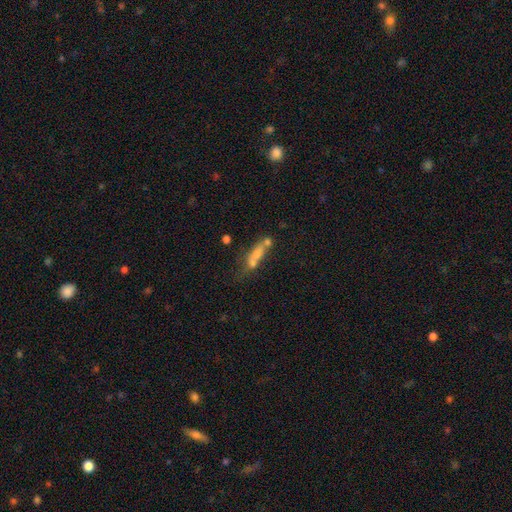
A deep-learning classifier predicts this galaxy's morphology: Q: Smooth or featured?
A: smooth (56%); runner-up: featured or disk (31%)
Q: How rounded?
A: cigar-shaped (52%); runner-up: in between (42%)
Q: Merging?
A: merger (40%); runner-up: none (31%)